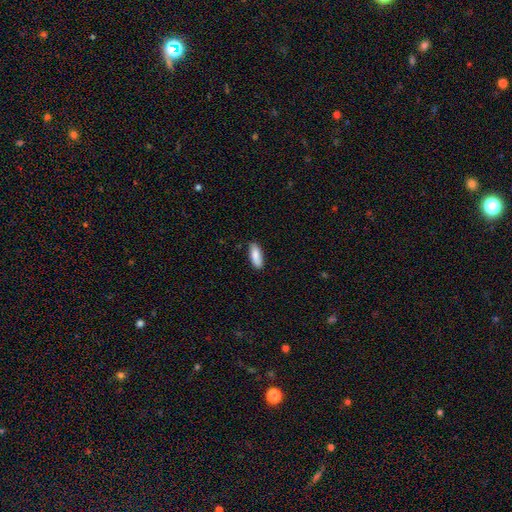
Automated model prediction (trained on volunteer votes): A smooth galaxy with no disk features (85%) that is in between round and cigar-shaped (70%). Merging: none (85%).